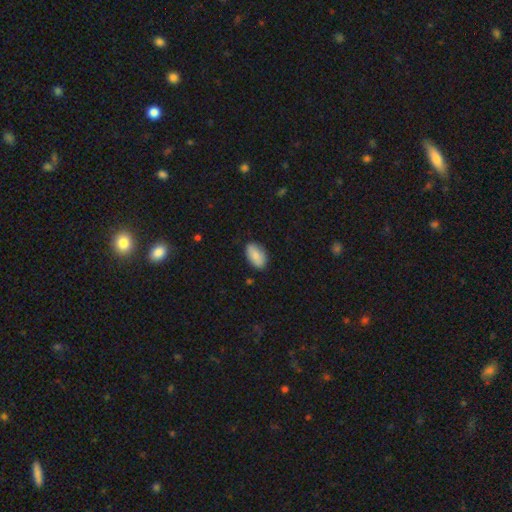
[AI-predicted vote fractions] Smooth or featured? Predicted: smooth (p=0.82). How rounded? Predicted: in between (p=0.93). Merging? Predicted: none (p=0.82).